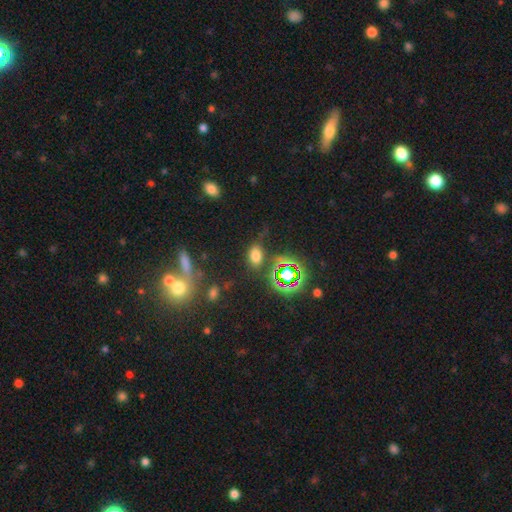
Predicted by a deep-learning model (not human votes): Morphology: type=smooth (67%); roundness=in between (82%); merging=none (74%).